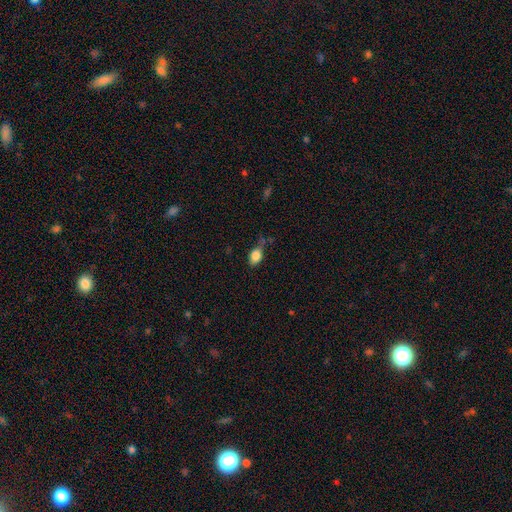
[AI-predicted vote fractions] Smooth or featured? smooth (84%)
How rounded? in between (82%)
Merging? none (52%)